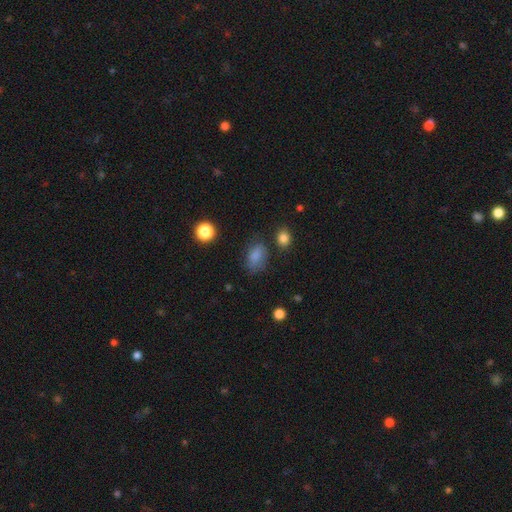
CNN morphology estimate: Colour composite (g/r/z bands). It shows a smooth galaxy with no disk features (81%) that is in between round and cigar-shaped (80%). Merging: none (64%).